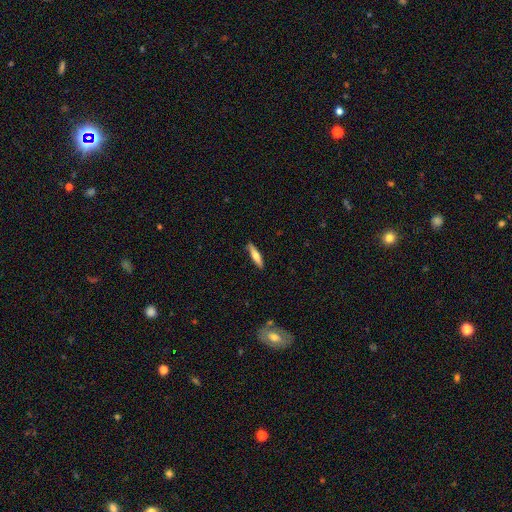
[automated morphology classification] Q: Smooth or featured?
A: smooth (58%); runner-up: featured or disk (37%)
Q: How rounded?
A: cigar-shaped (80%); runner-up: in between (18%)
Q: Merging?
A: none (88%); runner-up: minor disturbance (9%)